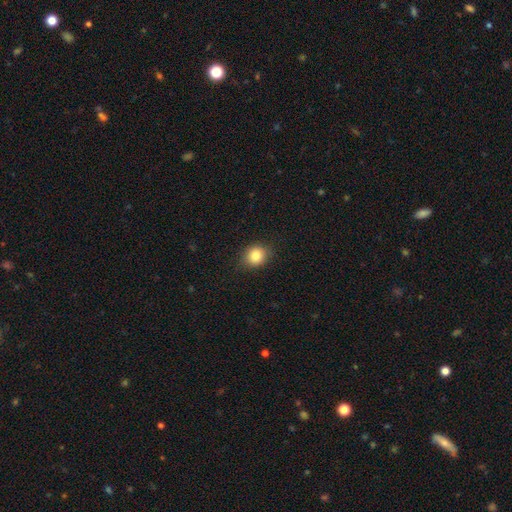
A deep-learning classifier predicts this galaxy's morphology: Smooth or featured? smooth (85%)
How rounded? round (66%)
Merging? none (84%)